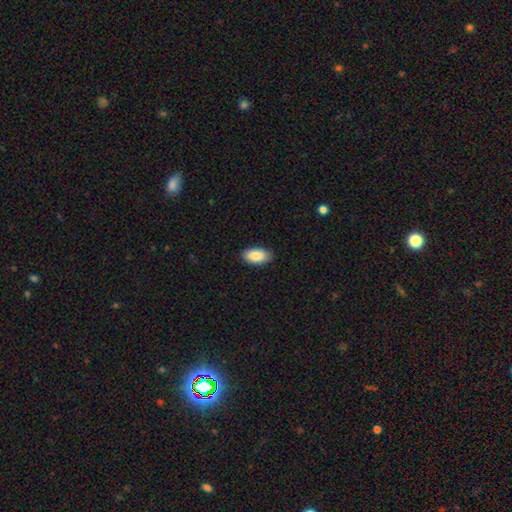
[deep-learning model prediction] A smooth galaxy with no disk features (88%) that is in between round and cigar-shaped (94%). Merging: none (89%).